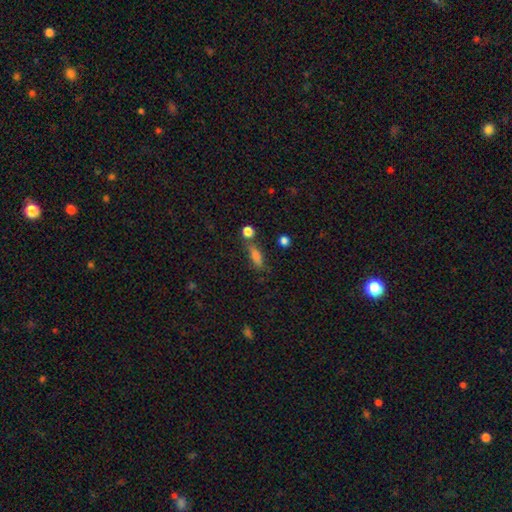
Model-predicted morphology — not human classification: A smooth galaxy with no disk features (75%) that is in between round and cigar-shaped (50%).

Vote fractions:
- Smooth or featured? smooth: 75% / star or artifact: 13% / featured or disk: 12%
- How rounded? in between: 50% / cigar-shaped: 44% / round: 6%
- Merging? none: 64% / minor disturbance: 16% / merger: 13% / major disturbance: 6%